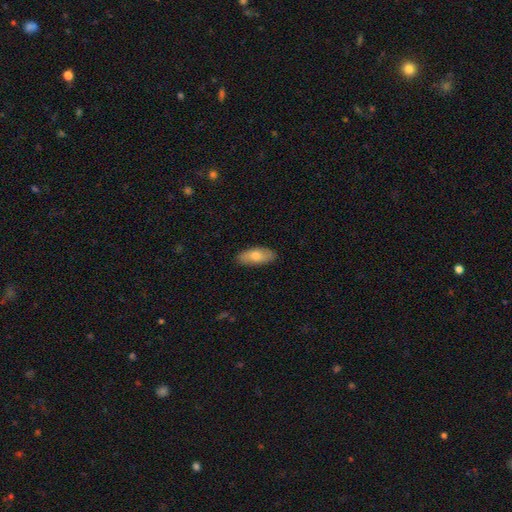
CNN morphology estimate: type=smooth (71%); roundness=in between (85%); merging=none (86%).